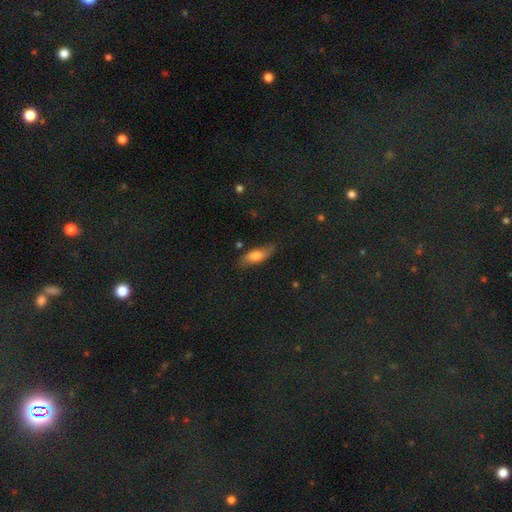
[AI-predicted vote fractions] Smooth or featured? smooth (64%)
How rounded? in between (66%)
Merging? none (75%)